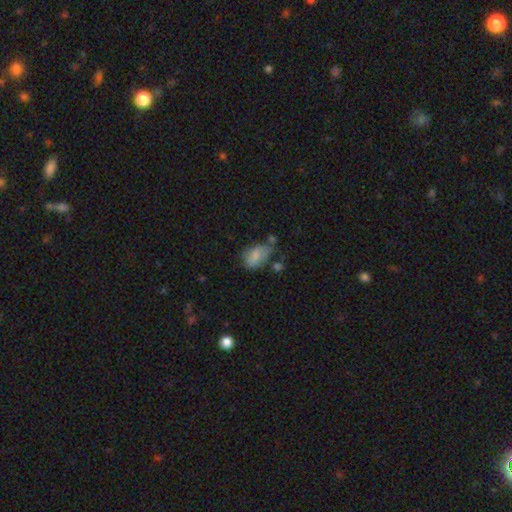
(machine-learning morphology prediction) A smooth galaxy with no disk features (77%) that is in between round and cigar-shaped (87%).

Vote fractions:
- Smooth or featured? smooth: 77% / featured or disk: 14% / star or artifact: 9%
- How rounded? in between: 87% / round: 11% / cigar-shaped: 2%
- Merging? none: 43% / minor disturbance: 31% / major disturbance: 14% / merger: 12%